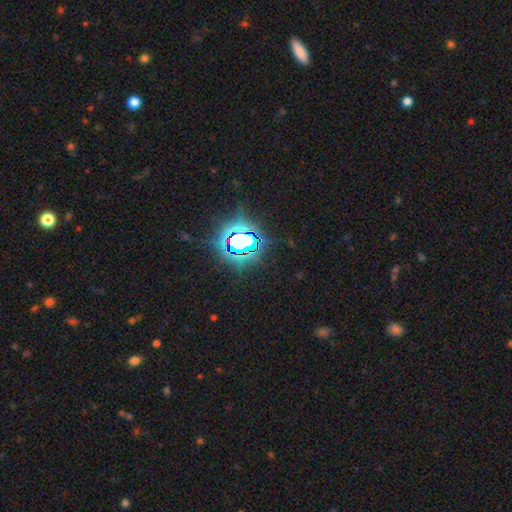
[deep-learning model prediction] Smooth or featured?
  - star or artifact: 84% *
  - smooth: 10%
  - featured or disk: 6%